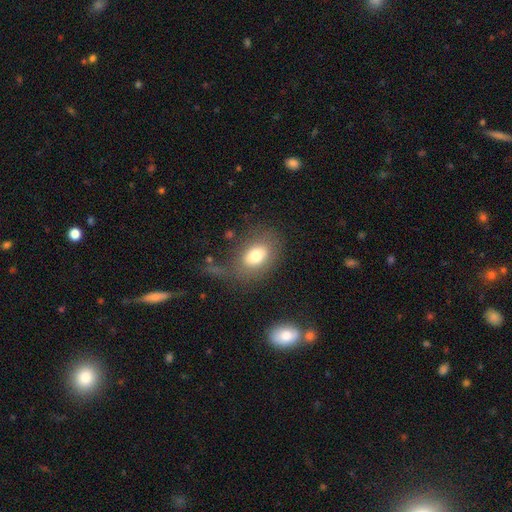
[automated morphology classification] smooth_or_featured: smooth (p=0.75) [alt: featured or disk p=0.16]
how_rounded: in between (p=0.76) [alt: round p=0.22]
merging: none (p=0.56) [alt: minor disturbance p=0.20]